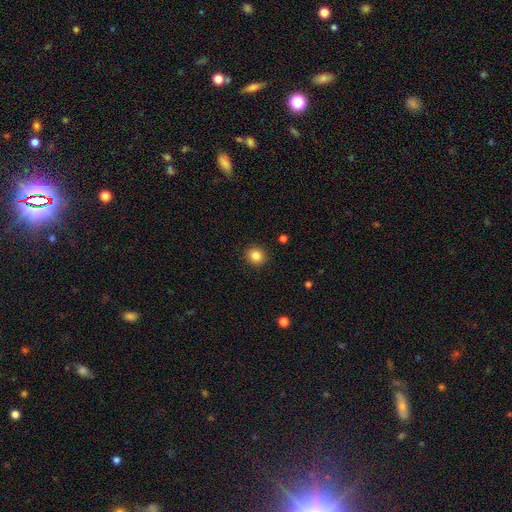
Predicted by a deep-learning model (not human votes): A smooth galaxy with no disk features (85%) that is round (88%).

Vote fractions:
- Smooth or featured? smooth: 85% / star or artifact: 10% / featured or disk: 5%
- How rounded? round: 88% / in between: 11% / cigar-shaped: 1%
- Merging? none: 92% / minor disturbance: 5% / major disturbance: 2% / merger: 1%